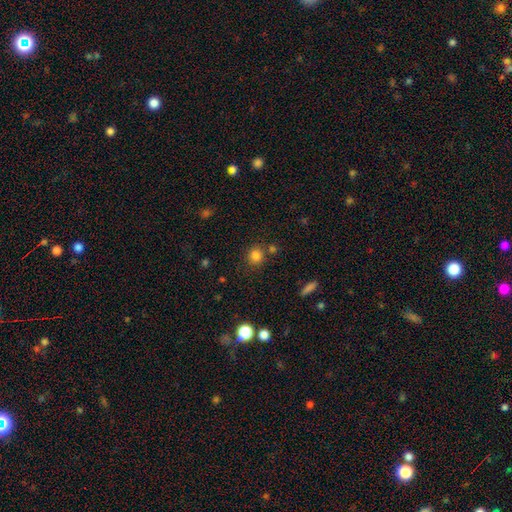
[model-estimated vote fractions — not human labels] smooth-or-featured: smooth: 81% | star or artifact: 14% | featured or disk: 5%
  how-rounded: round: 85% | in between: 14% | cigar-shaped: 1%
  merging: none: 75% | merger: 11% | minor disturbance: 10% | major disturbance: 4%